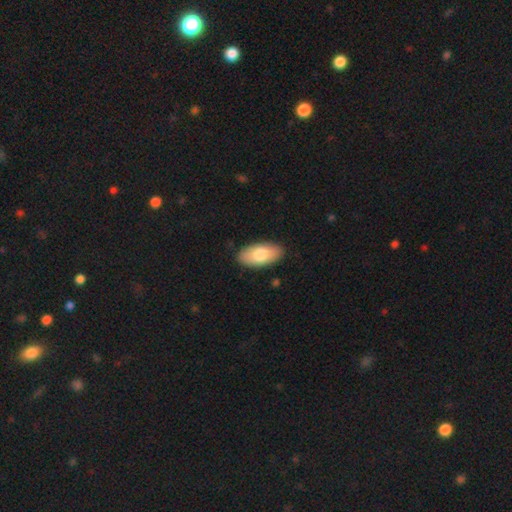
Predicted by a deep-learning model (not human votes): smooth 70%, featured or disk 21%, star or artifact 9%. Down the decision tree: how rounded — in between (93%); merging — none (88%).